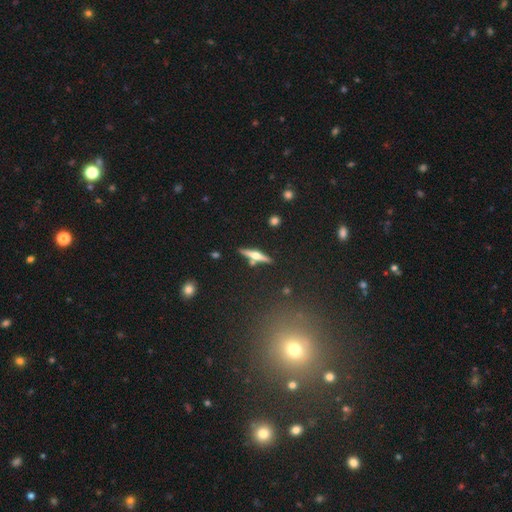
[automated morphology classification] smooth_or_featured: featured or disk (p=0.66) [alt: smooth p=0.26]
disk_edge_on: yes (p=0.96) [alt: no p=0.04]
edge_on_bulge: rounded (p=0.92) [alt: boxy p=0.05]
merging: none (p=0.82) [alt: minor disturbance p=0.09]